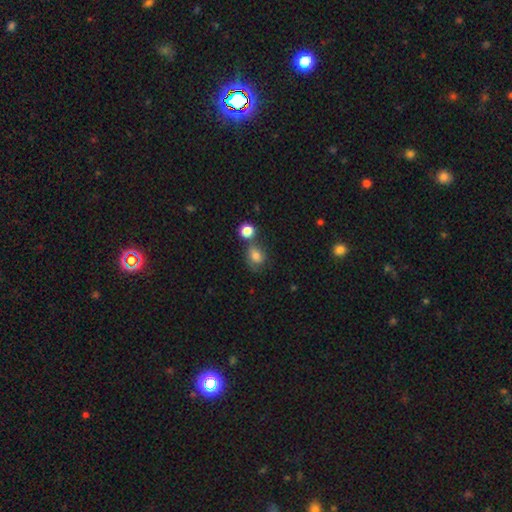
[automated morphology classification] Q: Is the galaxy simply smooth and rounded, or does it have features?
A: smooth — 73%.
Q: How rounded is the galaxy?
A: round — 61%.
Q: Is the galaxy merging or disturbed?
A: none — 50%.